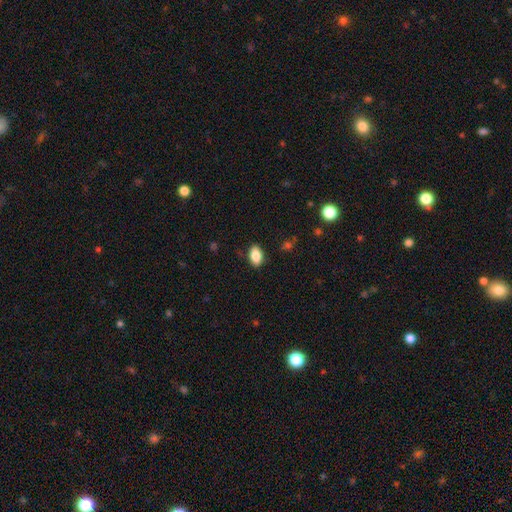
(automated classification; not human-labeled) This is clearly a smooth galaxy (86%). How rounded: clearly in between (90%). Merging: clearly none (87%).